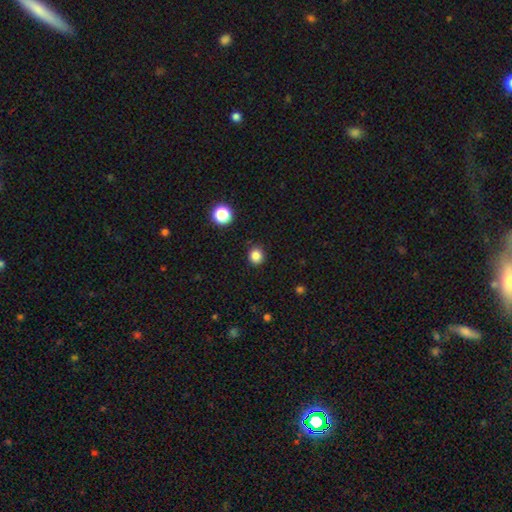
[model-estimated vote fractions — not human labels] A smooth galaxy with no disk features (85%) that is round (89%). Merging: none (90%).